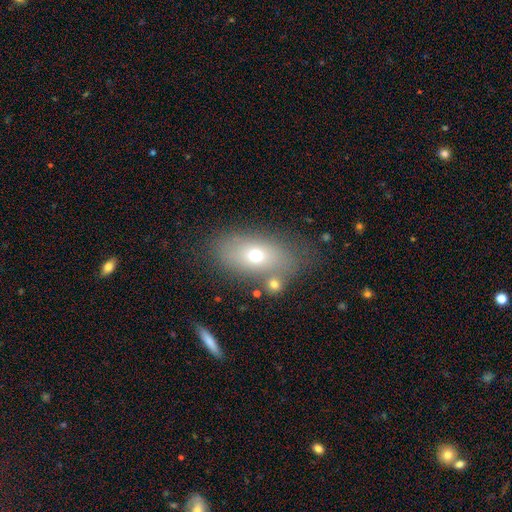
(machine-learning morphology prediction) Overall: smooth (65%). How rounded: in between (81%). Merging: none (63%).